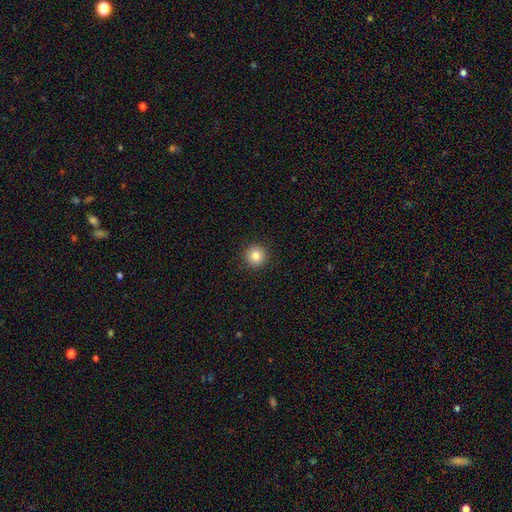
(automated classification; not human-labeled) A smooth galaxy with no disk features (83%) that is round (96%). Merging: none (93%).